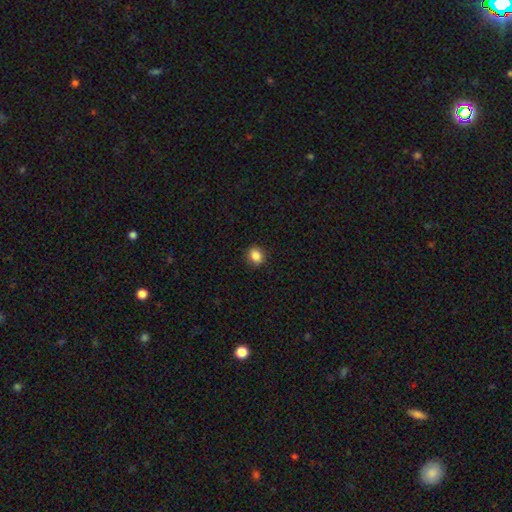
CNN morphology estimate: smooth 86%, star or artifact 10%, featured or disk 4%. Down the decision tree: how rounded — round (59%); merging — none (88%).